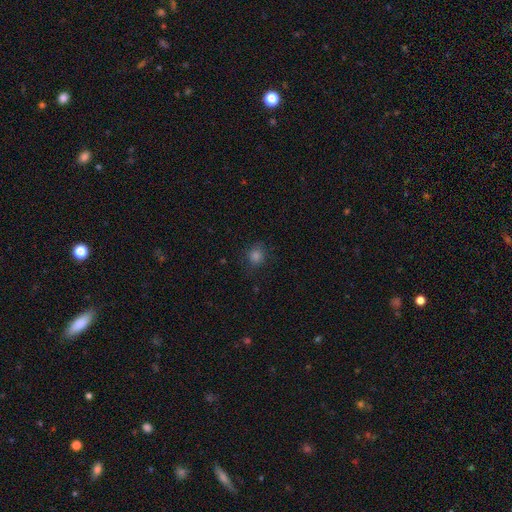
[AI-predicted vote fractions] The model was most divided on "smooth or featured": smooth: 73%, star or artifact: 21%, featured or disk: 6%. More confident: how rounded — round (86%); merging — none (82%).